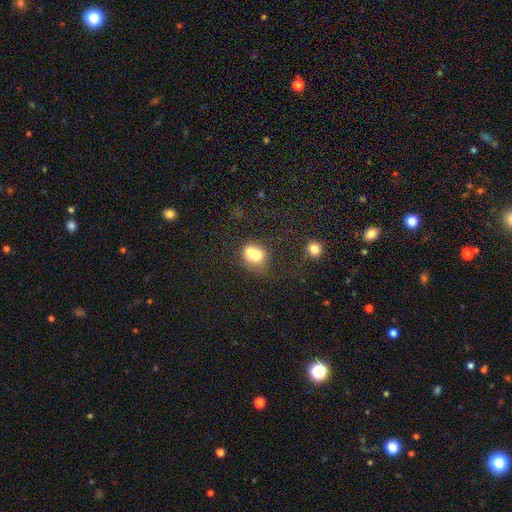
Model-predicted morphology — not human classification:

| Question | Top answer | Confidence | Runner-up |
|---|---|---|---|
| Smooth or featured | smooth | 69% | featured or disk (19%) |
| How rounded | in between | 52% | round (47%) |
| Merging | merger | 49% | none (31%) |